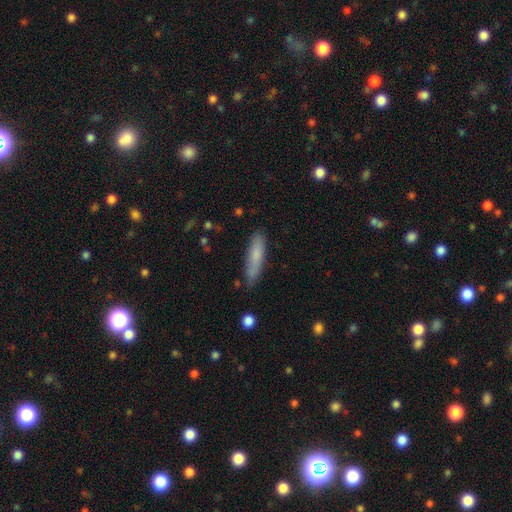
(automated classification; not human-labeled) The model was most divided on "smooth or featured": smooth: 75%, featured or disk: 19%, star or artifact: 6%. More confident: how rounded — cigar-shaped (78%); merging — none (77%).